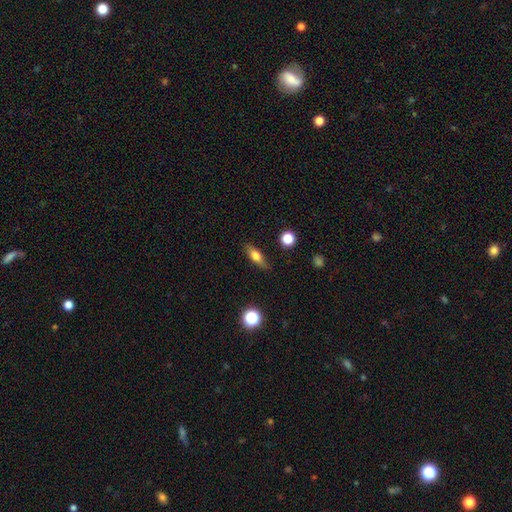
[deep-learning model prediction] Morphology: type=smooth (64%); roundness=in between (55%); merging=none (81%).